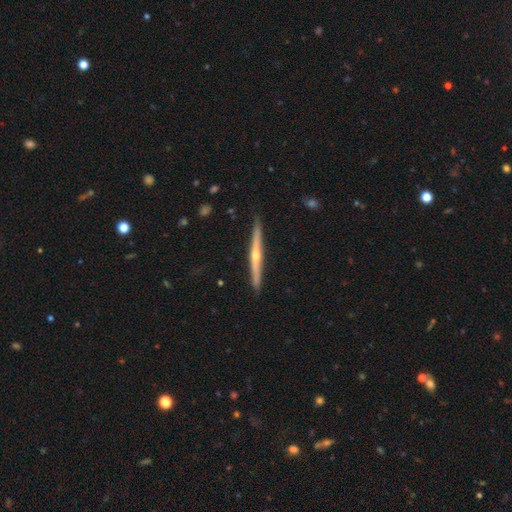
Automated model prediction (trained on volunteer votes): smooth-or-featured: featured or disk: 71% | smooth: 24% | star or artifact: 5%
  disk-edge-on: yes: 98% | no: 2%
    edge-on-bulge: rounded: 77% | none: 20% | boxy: 3%
  merging: none: 90% | minor disturbance: 7% | major disturbance: 1% | merger: 1%